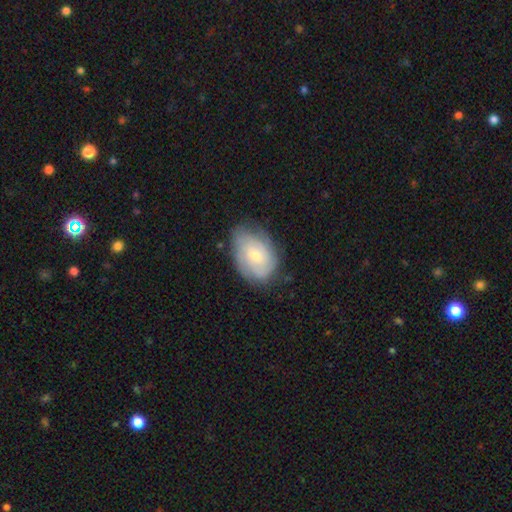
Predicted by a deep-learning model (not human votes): featured or disk 52%, smooth 41%, star or artifact 7%. Down the decision tree: edge-on disk — no (96%); bar — no (58%); spiral arms — yes (81%); bulge size — small (55%); merging — none (67%).